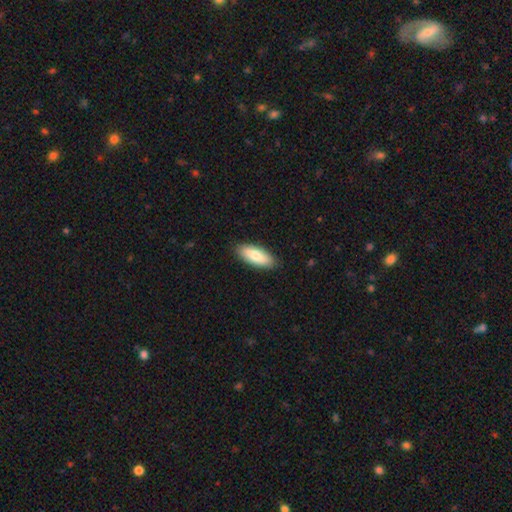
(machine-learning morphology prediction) Q: Smooth or featured?
A: smooth (77%); runner-up: featured or disk (17%)
Q: How rounded?
A: in between (79%); runner-up: cigar-shaped (19%)
Q: Merging?
A: none (88%); runner-up: minor disturbance (9%)